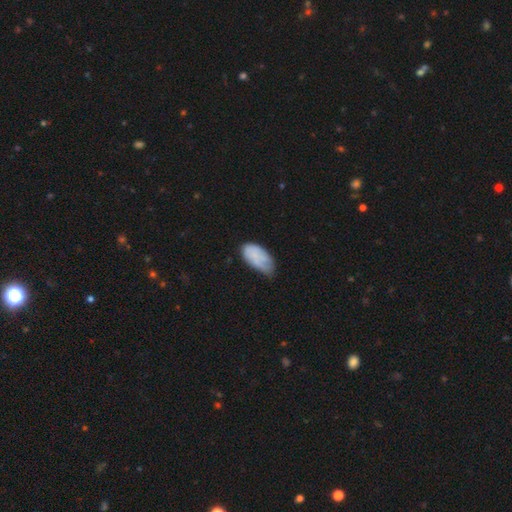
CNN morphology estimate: type=smooth (73%); roundness=in between (94%); merging=minor disturbance (47%).